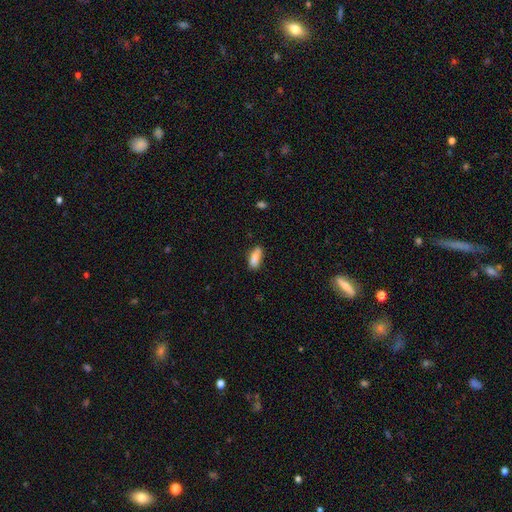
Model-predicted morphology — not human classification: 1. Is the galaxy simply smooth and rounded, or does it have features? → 84% smooth, 9% featured or disk, 8% star or artifact.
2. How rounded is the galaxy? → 73% in between, 25% cigar-shaped, 2% round.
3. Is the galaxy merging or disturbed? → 69% none, 21% minor disturbance, 6% merger, 4% major disturbance.